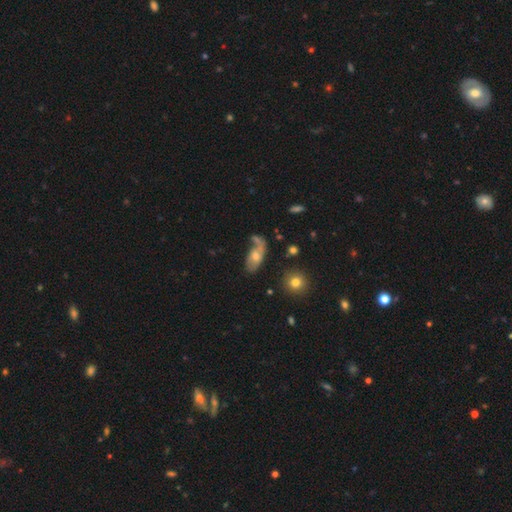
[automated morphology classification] Overall: featured or disk (51%; smooth 38%). Edge-on disk: no (88%). Merging: none (37%; minor disturbance 22%).